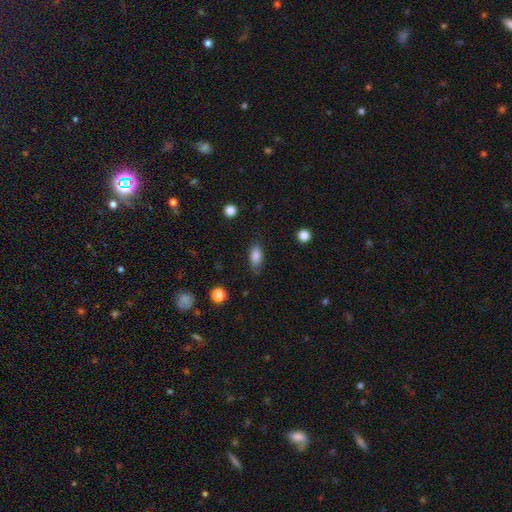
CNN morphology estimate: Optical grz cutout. It shows a smooth galaxy with no disk features (85%) that is in between round and cigar-shaped (88%). Merging: none (79%).